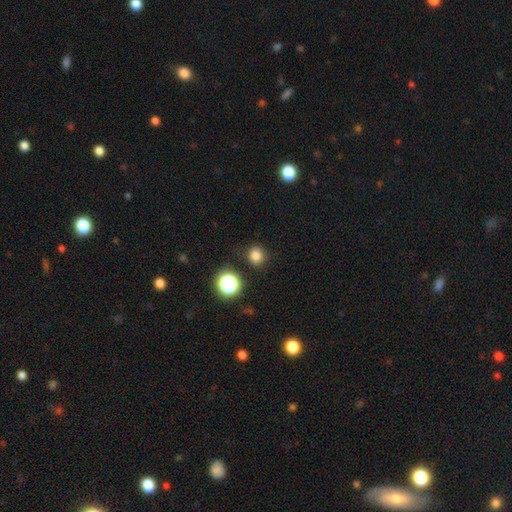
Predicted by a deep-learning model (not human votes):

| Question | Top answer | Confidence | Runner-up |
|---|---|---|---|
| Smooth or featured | smooth | 80% | star or artifact (15%) |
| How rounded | round | 86% | in between (13%) |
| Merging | none | 86% | minor disturbance (9%) |